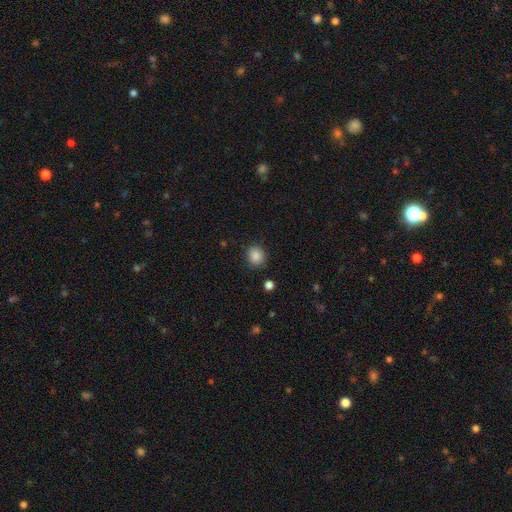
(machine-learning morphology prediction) A smooth galaxy with no disk features (87%) that is round (70%). Merging: none (86%).